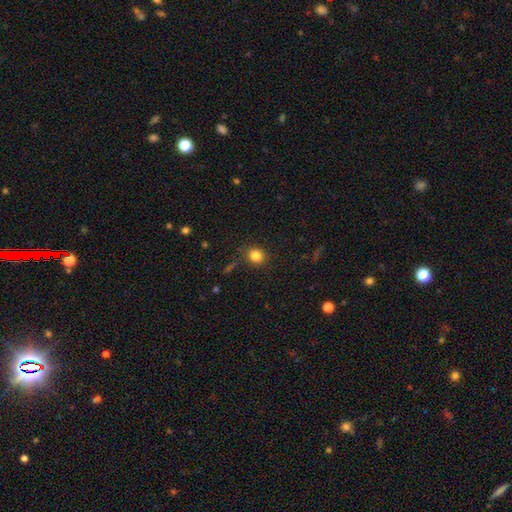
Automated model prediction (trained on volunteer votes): A smooth galaxy with no disk features (83%) that is round (77%). Merging: none (87%).